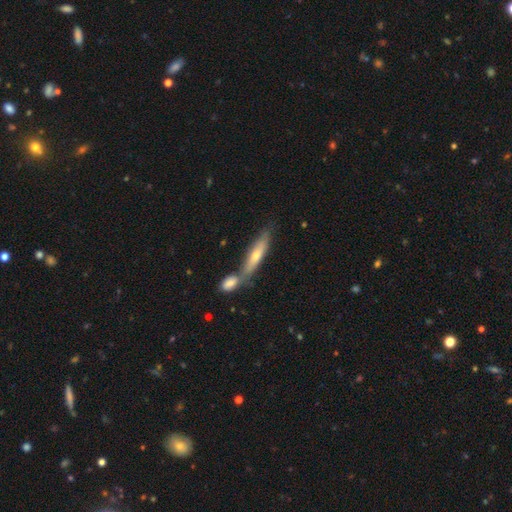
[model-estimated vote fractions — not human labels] smooth_or_featured: smooth (p=0.50) [alt: featured or disk p=0.44]
how_rounded: cigar-shaped (p=0.79) [alt: in between p=0.19]
merging: none (p=0.47) [alt: merger p=0.38]